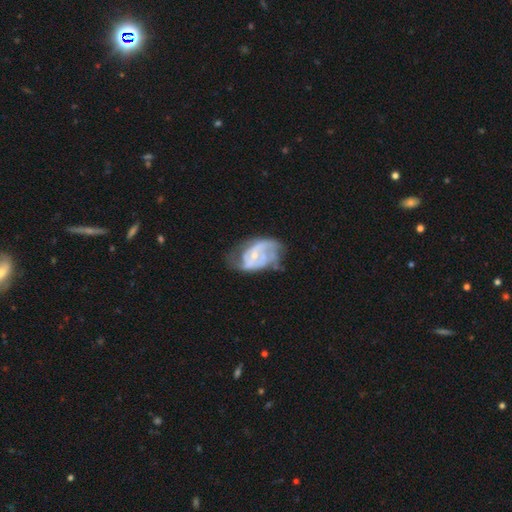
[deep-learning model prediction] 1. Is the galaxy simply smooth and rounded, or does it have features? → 80% featured or disk, 14% smooth, 6% star or artifact.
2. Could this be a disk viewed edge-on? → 97% no, 3% yes.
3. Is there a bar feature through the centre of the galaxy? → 56% no, 36% weak, 8% strong.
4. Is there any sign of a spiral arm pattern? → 87% yes, 13% no.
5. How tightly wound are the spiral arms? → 46% medium, 32% tight, 23% loose.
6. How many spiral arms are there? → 50% 2, 24% can't tell, 15% 3, 5% 1, 4% 4, 3% more than 4.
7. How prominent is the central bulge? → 66% small, 28% moderate, 5% none, 1% large, 1% dominant.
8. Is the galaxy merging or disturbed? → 43% none, 28% minor disturbance, 25% major disturbance, 4% merger.